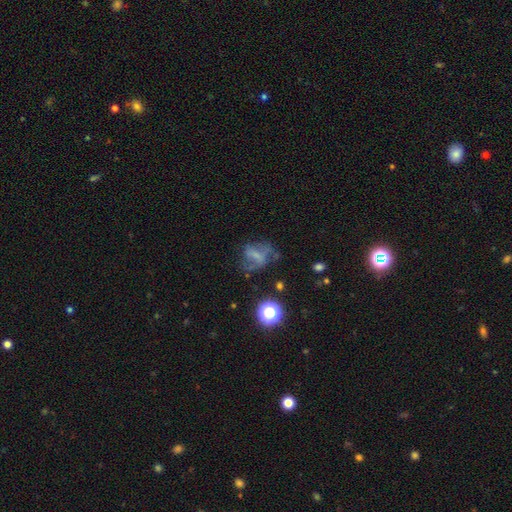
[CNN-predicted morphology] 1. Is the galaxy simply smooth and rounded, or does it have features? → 43% featured or disk, 37% smooth, 20% star or artifact.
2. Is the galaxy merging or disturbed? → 41% none, 32% major disturbance, 22% minor disturbance, 5% merger.